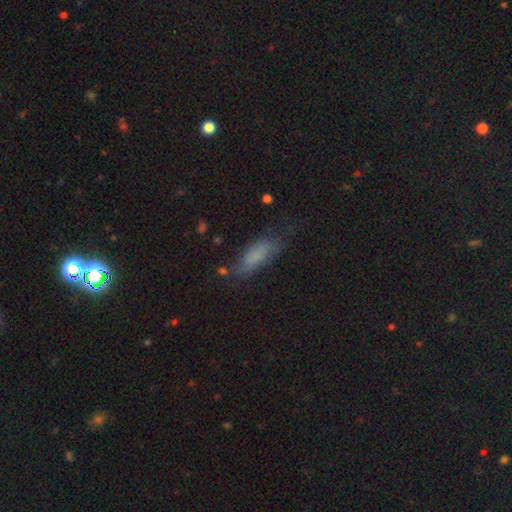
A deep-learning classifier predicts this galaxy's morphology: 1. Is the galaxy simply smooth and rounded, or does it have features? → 74% smooth, 16% featured or disk, 10% star or artifact.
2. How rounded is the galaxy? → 60% in between, 38% cigar-shaped, 2% round.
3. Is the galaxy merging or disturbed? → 53% none, 29% minor disturbance, 15% major disturbance, 4% merger.